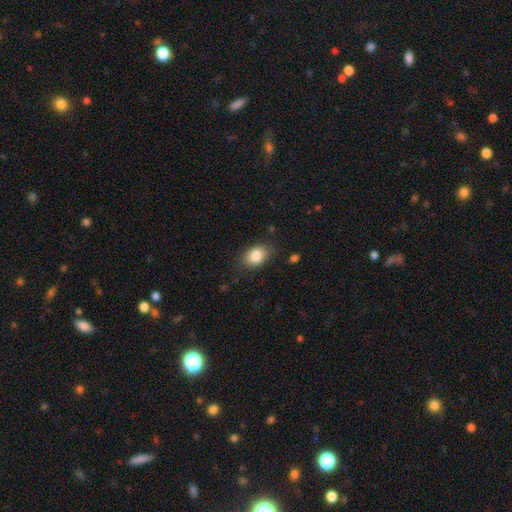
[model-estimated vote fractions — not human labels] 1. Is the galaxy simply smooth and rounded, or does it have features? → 85% smooth, 8% star or artifact, 8% featured or disk.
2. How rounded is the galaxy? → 78% in between, 21% round, 1% cigar-shaped.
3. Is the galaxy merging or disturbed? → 80% none, 15% minor disturbance, 4% major disturbance, 1% merger.